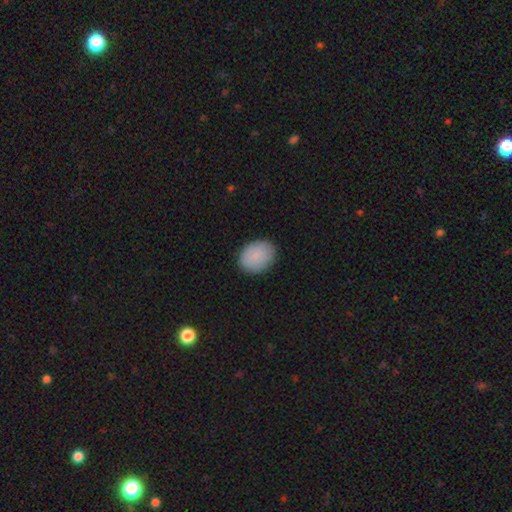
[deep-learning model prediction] Smooth or featured: smooth — 87% (star or artifact — 7%)
How rounded: in between — 63% (round — 36%)
Merging: none — 86% (minor disturbance — 11%)